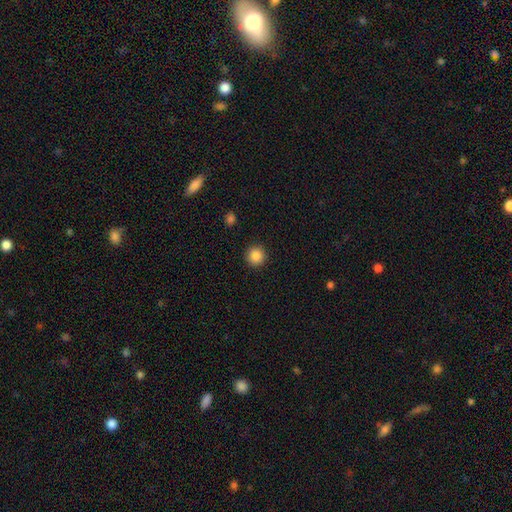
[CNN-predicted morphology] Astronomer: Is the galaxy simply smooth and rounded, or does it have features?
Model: smooth — 86%.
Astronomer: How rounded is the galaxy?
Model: round — 95%.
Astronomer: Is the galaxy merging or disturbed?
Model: none — 93%.